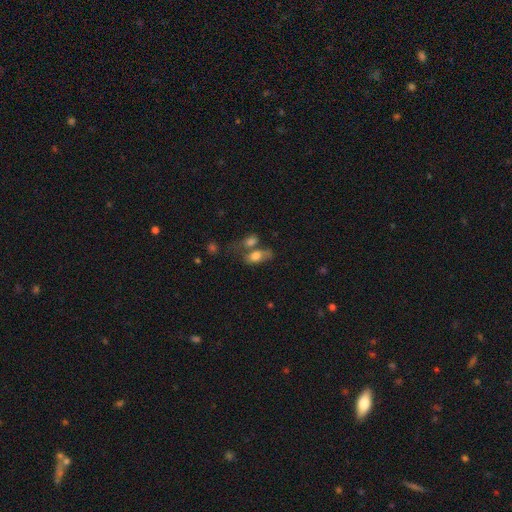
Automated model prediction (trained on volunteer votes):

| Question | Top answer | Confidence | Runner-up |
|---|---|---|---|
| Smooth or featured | smooth | 71% | featured or disk (20%) |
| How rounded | in between | 85% | round (8%) |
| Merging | merger | 43% | none (30%) |